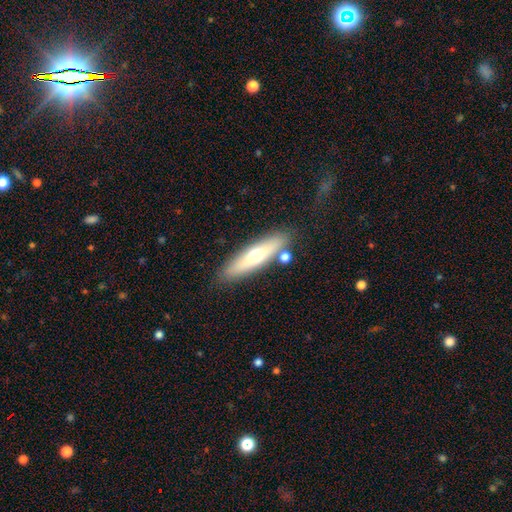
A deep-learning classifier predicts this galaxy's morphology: This appears to be a smooth galaxy with no disk features (55%) that is cigar-shaped (70%). Merging: none (80%).